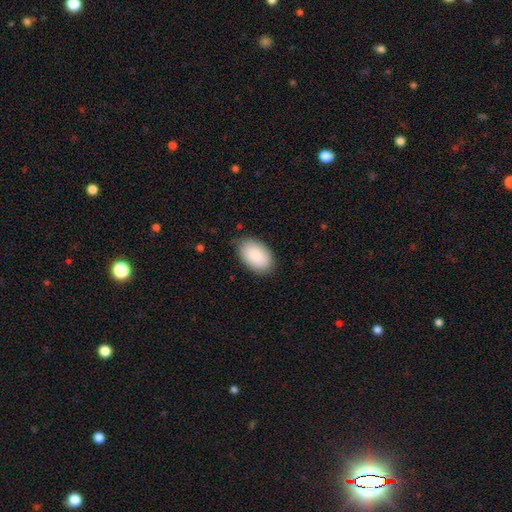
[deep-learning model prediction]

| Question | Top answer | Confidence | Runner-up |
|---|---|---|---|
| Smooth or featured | smooth | 89% | star or artifact (6%) |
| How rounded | in between | 93% | round (5%) |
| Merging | none | 83% | minor disturbance (14%) |